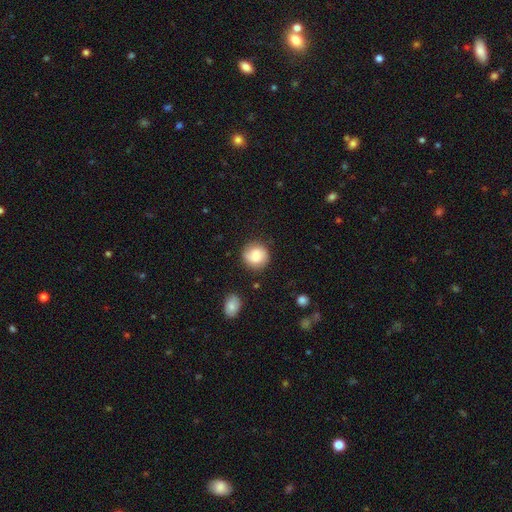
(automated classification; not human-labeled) Smooth or featured? Predicted: smooth (p=0.75). How rounded? Predicted: round (p=0.90). Merging? Predicted: none (p=0.81).